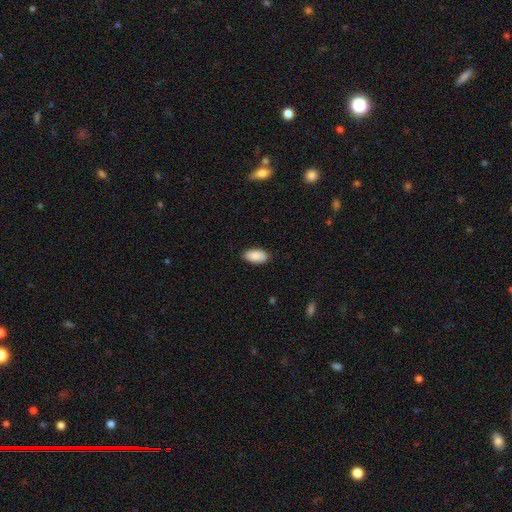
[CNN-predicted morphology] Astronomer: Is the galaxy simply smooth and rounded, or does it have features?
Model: smooth — 89%.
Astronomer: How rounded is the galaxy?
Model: in between — 95%.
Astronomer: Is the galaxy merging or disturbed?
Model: none — 86%.